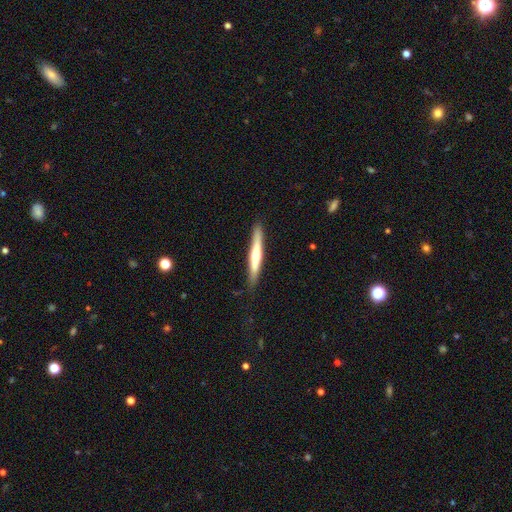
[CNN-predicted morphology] A smooth galaxy with no disk features (51%) that is cigar-shaped (94%).

Vote fractions:
- Smooth or featured? smooth: 51% / featured or disk: 43% / star or artifact: 5%
- How rounded? cigar-shaped: 94% / in between: 4% / round: 1%
- Merging? none: 85% / minor disturbance: 11% / major disturbance: 2% / merger: 1%